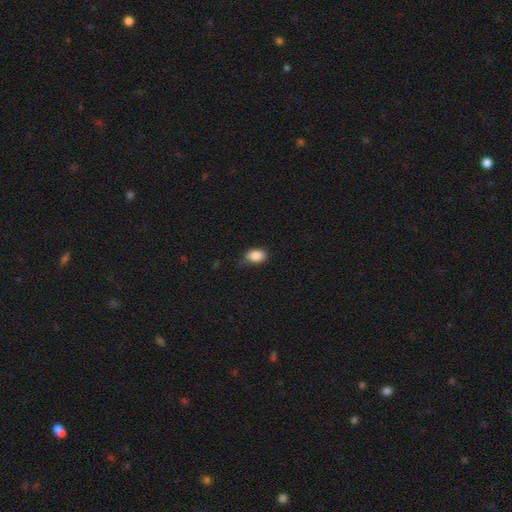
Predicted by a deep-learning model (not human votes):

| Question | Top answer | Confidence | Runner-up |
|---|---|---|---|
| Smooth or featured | smooth | 87% | star or artifact (8%) |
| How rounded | in between | 85% | round (13%) |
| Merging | none | 72% | minor disturbance (23%) |